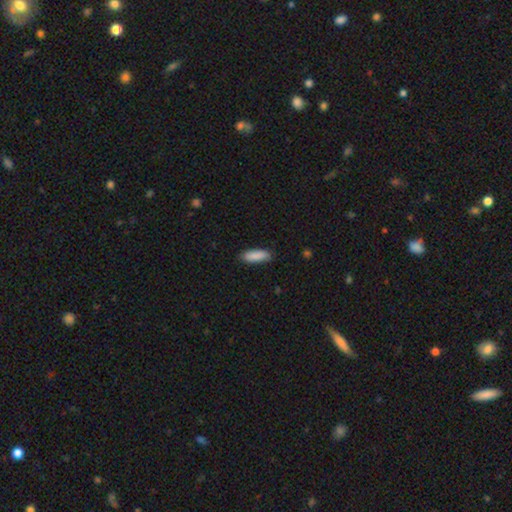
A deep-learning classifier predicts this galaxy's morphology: smooth 89%, star or artifact 6%, featured or disk 5%. Down the decision tree: how rounded — in between (58%); merging — none (84%).